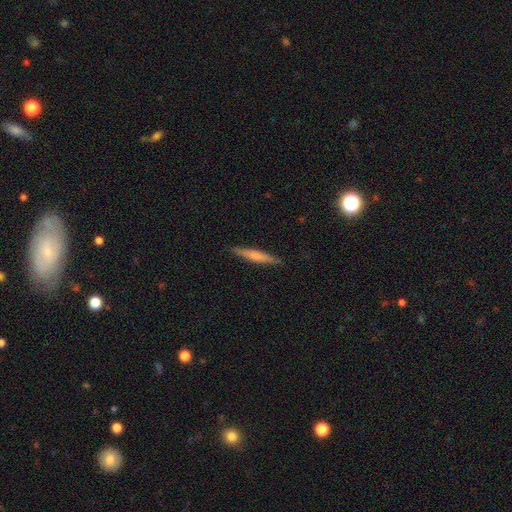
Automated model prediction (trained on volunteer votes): This is possibly a smooth galaxy (57%). How rounded: clearly cigar-shaped (93%). Merging: clearly none (90%).